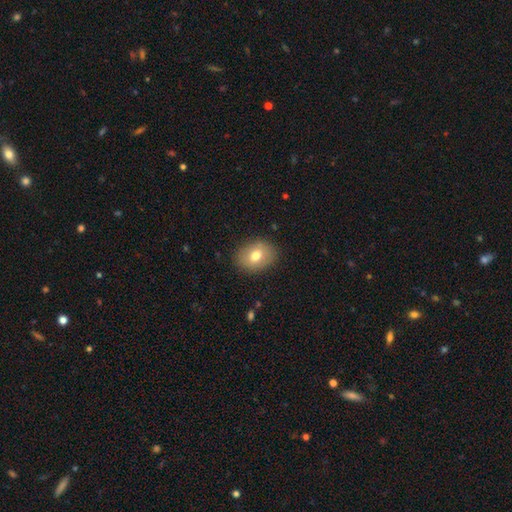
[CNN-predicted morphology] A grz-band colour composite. It shows a smooth galaxy with no disk features (72%) that is in between round and cigar-shaped (65%). Merging: none (86%).